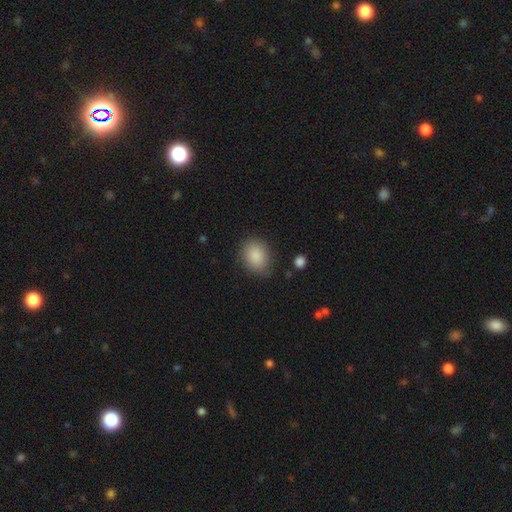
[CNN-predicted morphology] type=smooth (88%); roundness=in between (53%); merging=none (79%).